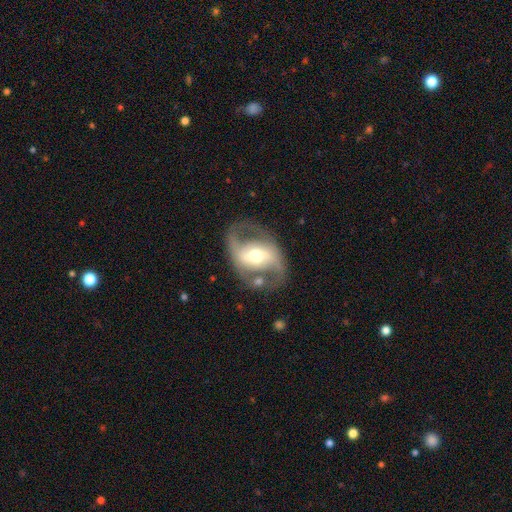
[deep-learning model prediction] Smooth or featured: featured or disk — 81% (smooth — 13%)
Edge-on disk: no — 95% (yes — 5%)
Bar: strong — 43% (weak — 34%)
Spiral arms: yes — 79% (no — 21%)
Spiral winding: medium — 49% (loose — 36%)
Spiral arm count: 2 — 88% (can't tell — 6%)
Bulge size: moderate — 65% (small — 19%)
Merging: none — 72% (minor disturbance — 14%)